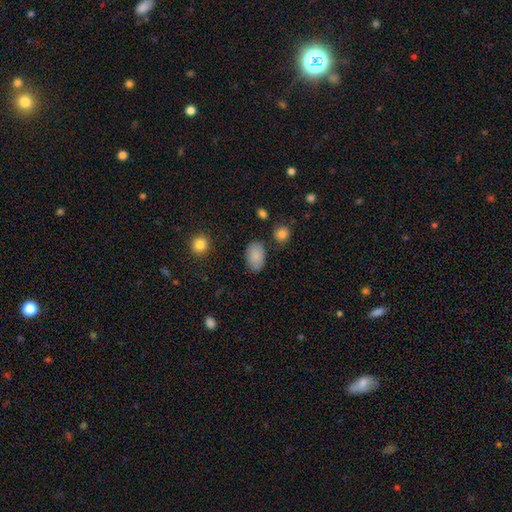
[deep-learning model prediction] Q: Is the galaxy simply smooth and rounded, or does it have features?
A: smooth — 86%.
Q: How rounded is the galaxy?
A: in between — 91%.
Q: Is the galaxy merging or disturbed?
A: none — 79%.